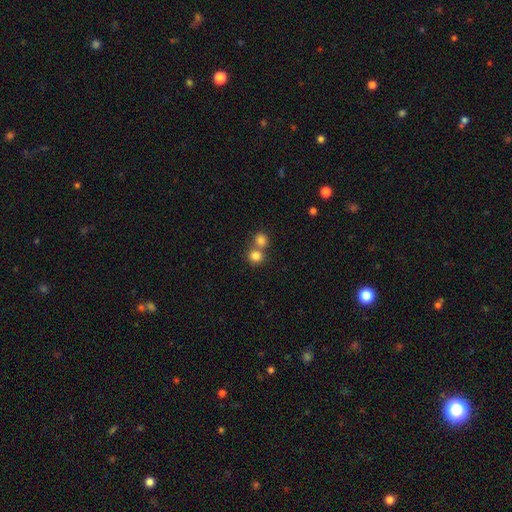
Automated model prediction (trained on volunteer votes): Morphology: type=smooth (81%); roundness=round (86%); merging=none (47%).